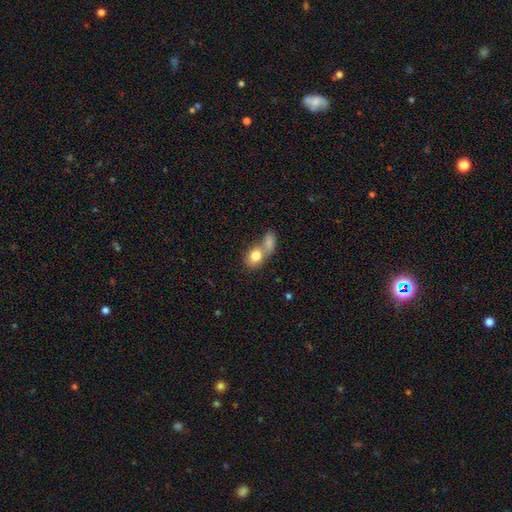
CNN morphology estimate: Q: Smooth or featured?
A: smooth (79%); runner-up: featured or disk (12%)
Q: How rounded?
A: in between (51%); runner-up: round (47%)
Q: Merging?
A: merger (59%); runner-up: none (29%)